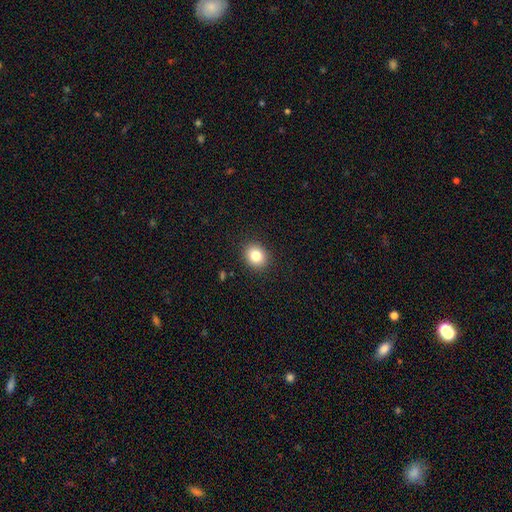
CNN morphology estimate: A smooth galaxy with no disk features (82%) that is round (71%).

Vote fractions:
- Smooth or featured? smooth: 82% / star or artifact: 11% / featured or disk: 8%
- How rounded? round: 71% / in between: 28% / cigar-shaped: 1%
- Merging? none: 90% / minor disturbance: 7% / major disturbance: 2% / merger: 1%